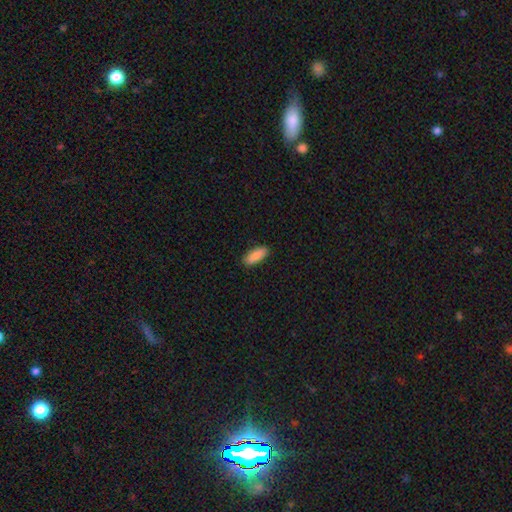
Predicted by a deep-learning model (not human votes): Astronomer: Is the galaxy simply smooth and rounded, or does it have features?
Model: smooth — 89%.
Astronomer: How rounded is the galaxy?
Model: in between — 76%.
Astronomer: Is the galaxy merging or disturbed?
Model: none — 90%.